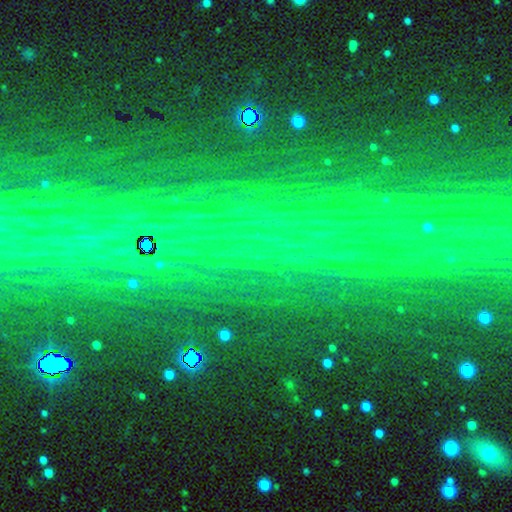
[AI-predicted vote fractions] Smooth or featured?
  - star or artifact: 83% *
  - featured or disk: 9%
  - smooth: 8%